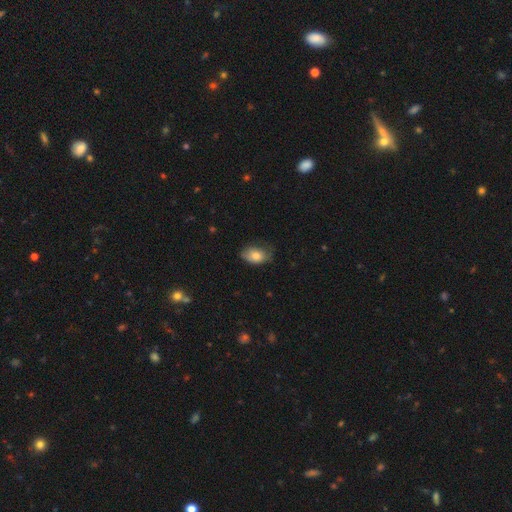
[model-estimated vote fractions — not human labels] The model was most divided on "merging": none: 54%, minor disturbance: 34%, major disturbance: 10%, merger: 1%. More confident: how rounded — in between (86%); smooth or featured — smooth (78%).